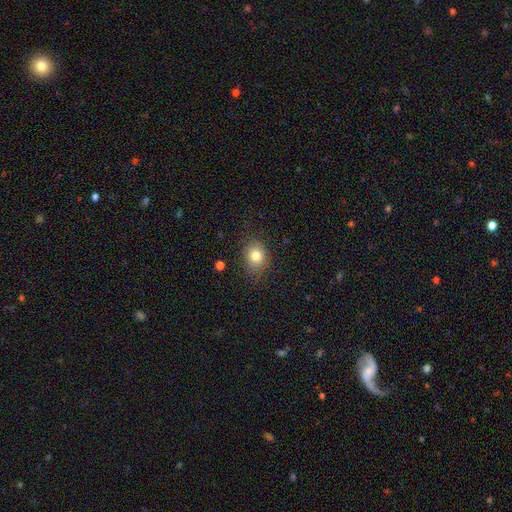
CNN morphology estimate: smooth-or-featured: smooth: 80% | star or artifact: 12% | featured or disk: 9%
  how-rounded: round: 61% | in between: 38% | cigar-shaped: 1%
  merging: none: 81% | minor disturbance: 13% | major disturbance: 4% | merger: 1%